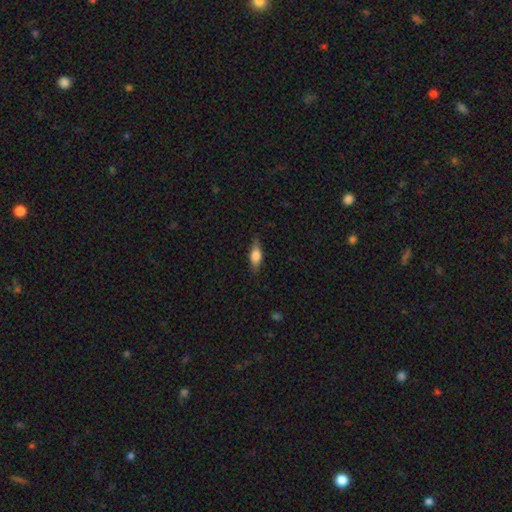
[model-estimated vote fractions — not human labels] Morphology: type=smooth (65%); roundness=in between (67%); merging=none (82%).